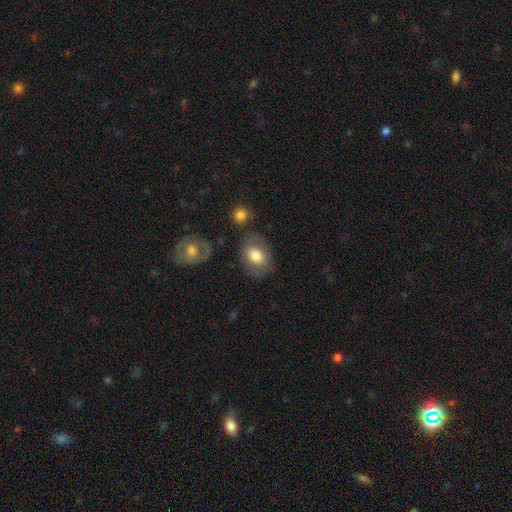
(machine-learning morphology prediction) smooth 77%, featured or disk 16%, star or artifact 7%. Down the decision tree: how rounded — in between (67%); merging — none (71%).